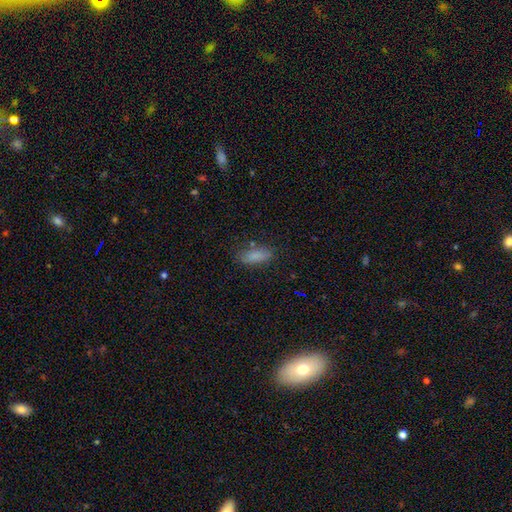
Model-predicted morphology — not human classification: A smooth galaxy with no disk features (83%) that is in between round and cigar-shaped (75%). Merging: none (78%).